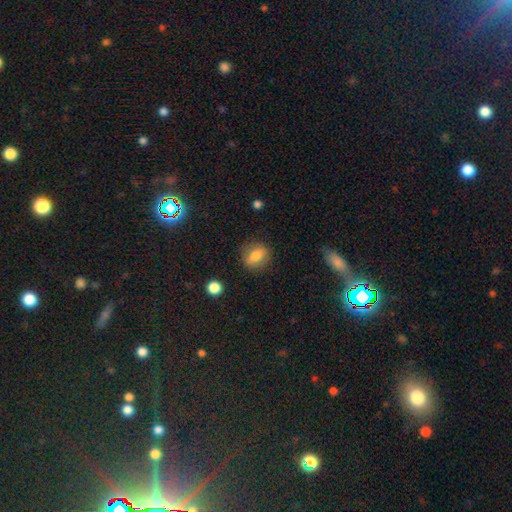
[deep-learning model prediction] Smooth or featured: smooth — 72% (featured or disk — 20%)
How rounded: in between — 53% (round — 43%)
Merging: none — 83% (minor disturbance — 12%)